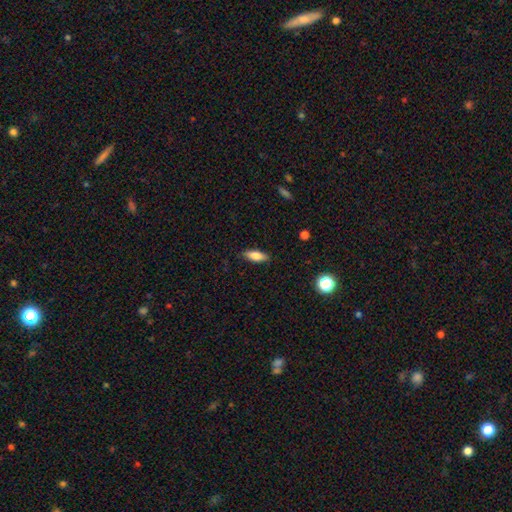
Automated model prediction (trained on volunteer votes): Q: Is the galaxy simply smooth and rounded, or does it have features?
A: smooth — 77%.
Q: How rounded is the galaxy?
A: in between — 70%.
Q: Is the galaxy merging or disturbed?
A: none — 87%.